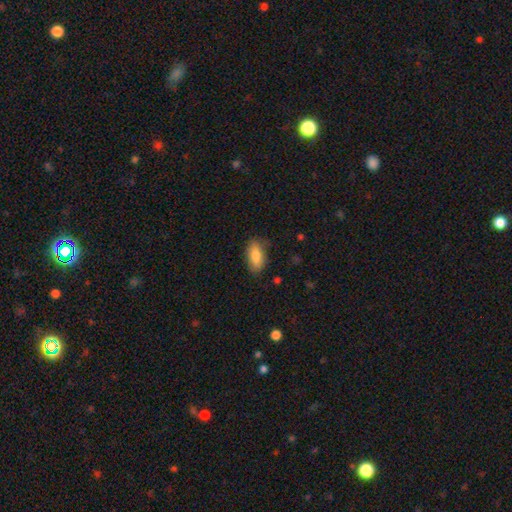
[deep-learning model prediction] A smooth galaxy with no disk features (82%) that is in between round and cigar-shaped (89%). Merging: none (80%).